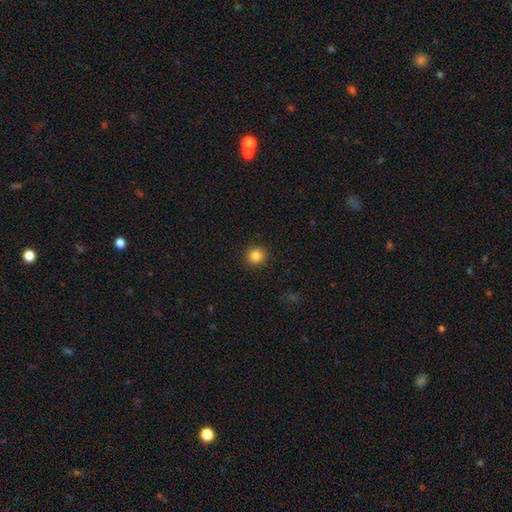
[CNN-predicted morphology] smooth_or_featured: smooth (p=0.84) [alt: star or artifact p=0.11]
how_rounded: round (p=0.92) [alt: in between p=0.07]
merging: none (p=0.92) [alt: minor disturbance p=0.05]